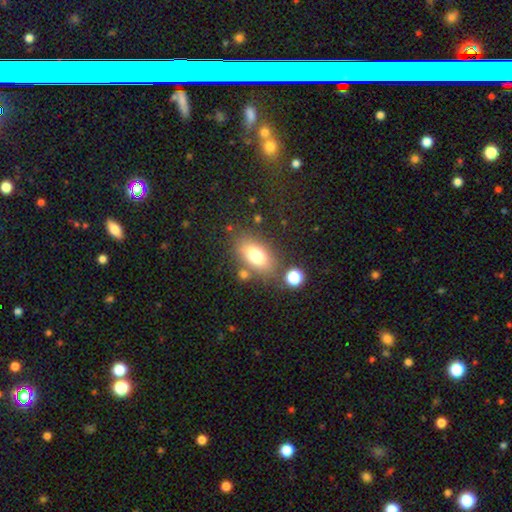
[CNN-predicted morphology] Smooth or featured: smooth — 73% (featured or disk — 15%)
How rounded: in between — 82% (round — 14%)
Merging: none — 74% (minor disturbance — 13%)